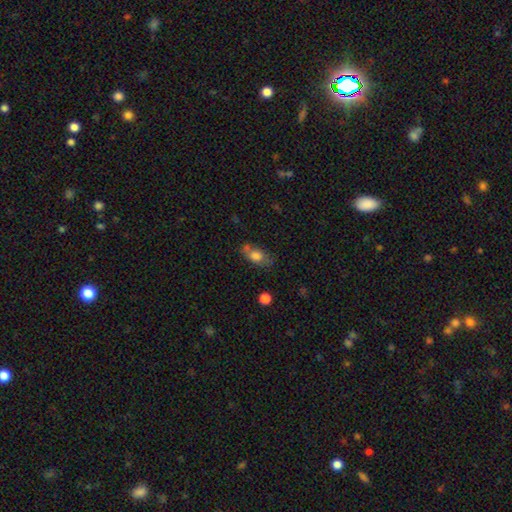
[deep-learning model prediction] This is likely a smooth galaxy (75%). How rounded: likely in between (79%). Merging: possibly none (56%).